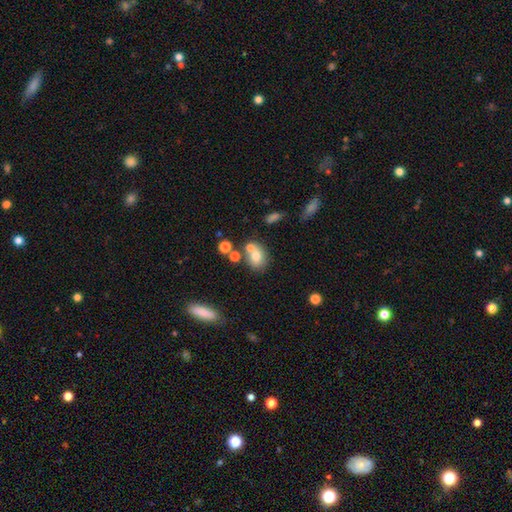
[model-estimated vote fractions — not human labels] A smooth galaxy with no disk features (71%) that is in between round and cigar-shaped (50%).

Vote fractions:
- Smooth or featured? smooth: 71% / featured or disk: 17% / star or artifact: 12%
- How rounded? in between: 50% / round: 49% / cigar-shaped: 2%
- Merging? none: 50% / merger: 33% / minor disturbance: 12% / major disturbance: 5%